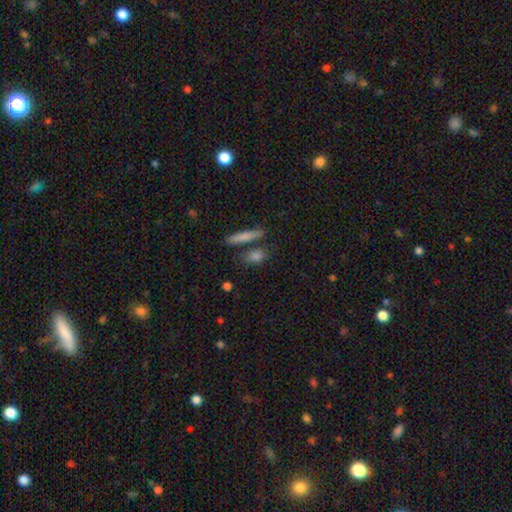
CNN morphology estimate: Smooth or featured: smooth — 78% (featured or disk — 13%)
How rounded: in between — 44% (cigar-shaped — 41%)
Merging: none — 71% (merger — 14%)